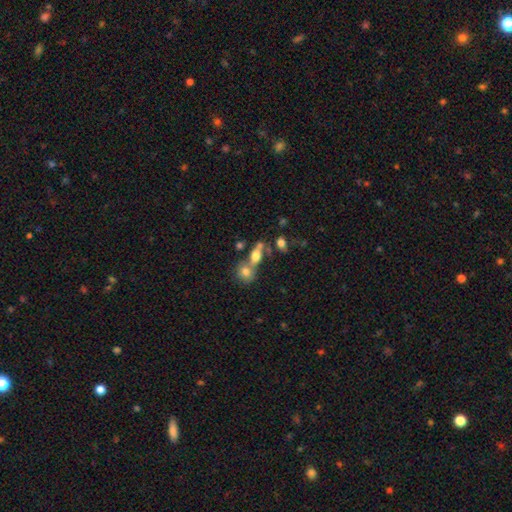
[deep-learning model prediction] Smooth or featured?
  - smooth: 65% *
  - featured or disk: 23%
  - star or artifact: 12%
How rounded?
  - in between: 60% *
  - round: 24%
  - cigar-shaped: 15%
Merging?
  - merger: 43% *
  - none: 40%
  - minor disturbance: 11%
  - major disturbance: 6%